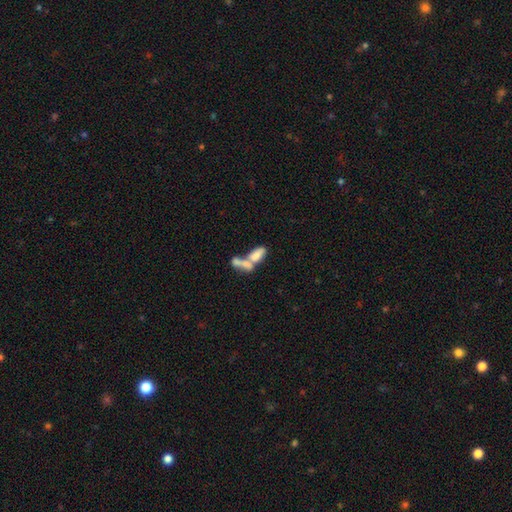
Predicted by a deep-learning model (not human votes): Smooth or featured?
  - smooth: 64% *
  - featured or disk: 27%
  - star or artifact: 9%
How rounded?
  - in between: 78% *
  - cigar-shaped: 18%
  - round: 4%
Merging?
  - merger: 73% *
  - none: 13%
  - major disturbance: 8%
  - minor disturbance: 6%